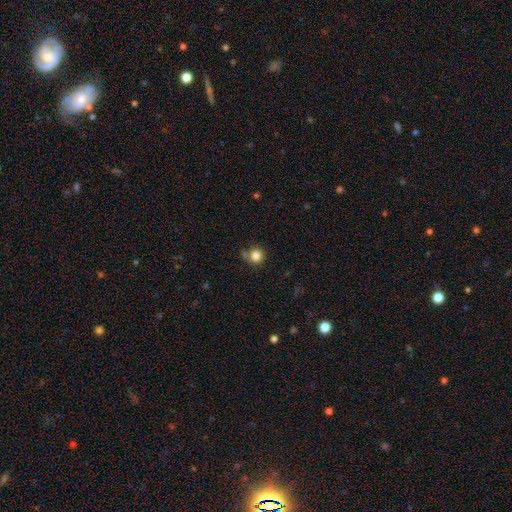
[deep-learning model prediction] Smooth or featured? Predicted: smooth (p=0.83). How rounded? Predicted: round (p=0.92). Merging? Predicted: none (p=0.73).